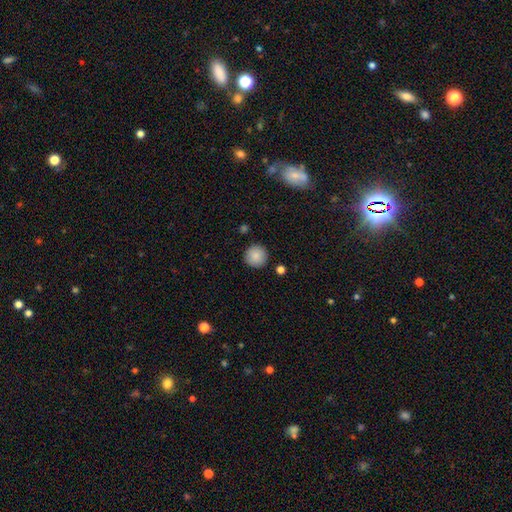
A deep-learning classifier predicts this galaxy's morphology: smooth 88%, star or artifact 8%, featured or disk 5%. Down the decision tree: how rounded — round (96%); merging — none (90%).